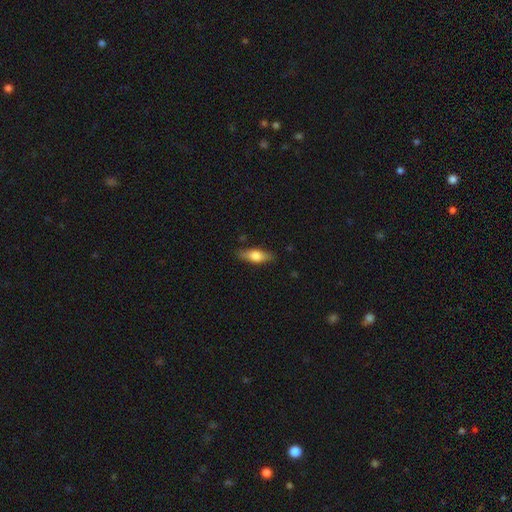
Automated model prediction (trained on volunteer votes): Smooth or featured? smooth (61%)
How rounded? in between (62%)
Merging? none (84%)